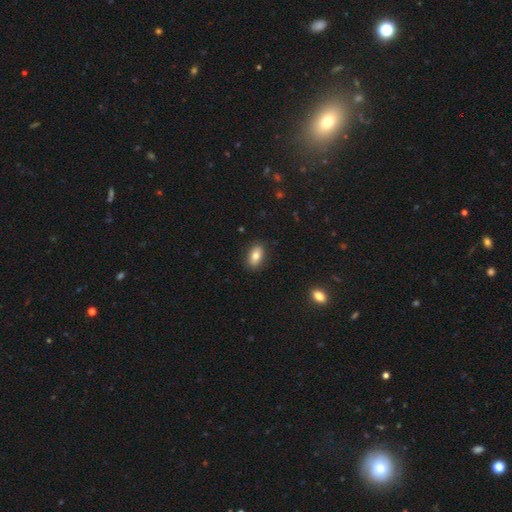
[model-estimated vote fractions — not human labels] Smooth or featured? smooth (80%)
How rounded? in between (88%)
Merging? none (88%)